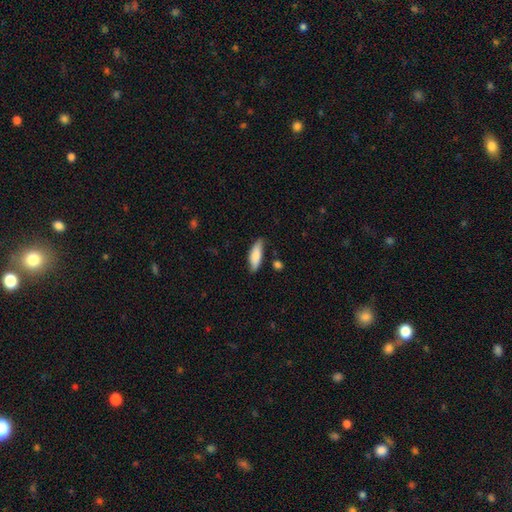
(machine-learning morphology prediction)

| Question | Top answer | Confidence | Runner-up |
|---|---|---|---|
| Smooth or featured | smooth | 83% | featured or disk (11%) |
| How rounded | in between | 58% | cigar-shaped (41%) |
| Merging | none | 74% | minor disturbance (19%) |